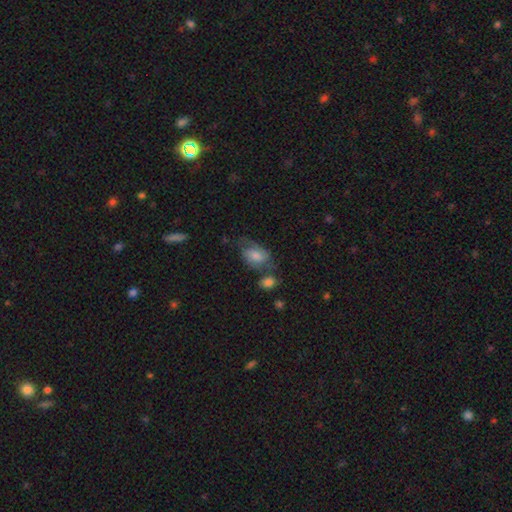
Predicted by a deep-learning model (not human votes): Smooth or featured? Predicted: smooth (p=0.48). Merging? Predicted: none (p=0.43).